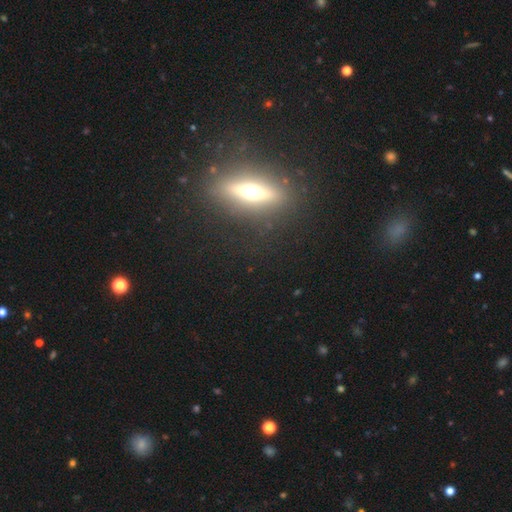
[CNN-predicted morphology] This appears to be a featured or disk galaxy (61%) viewed edge-on (85%) with a rounded central bulge (91%). Merging: none (85%).